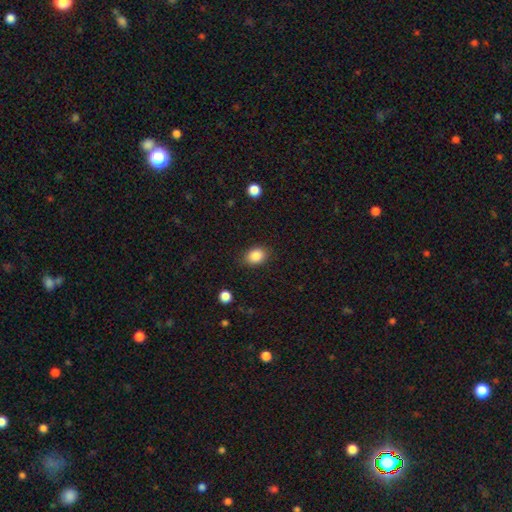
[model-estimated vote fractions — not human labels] This is clearly a smooth galaxy (87%). How rounded: likely in between (61%). Merging: clearly none (84%).